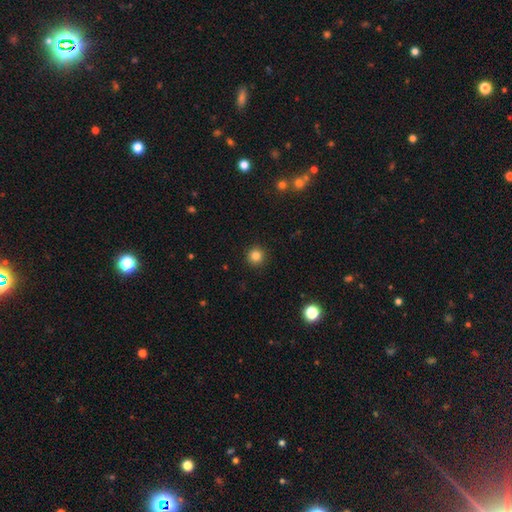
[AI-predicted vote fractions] smooth 84%, star or artifact 11%, featured or disk 5%. Down the decision tree: how rounded — round (95%); merging — none (93%).